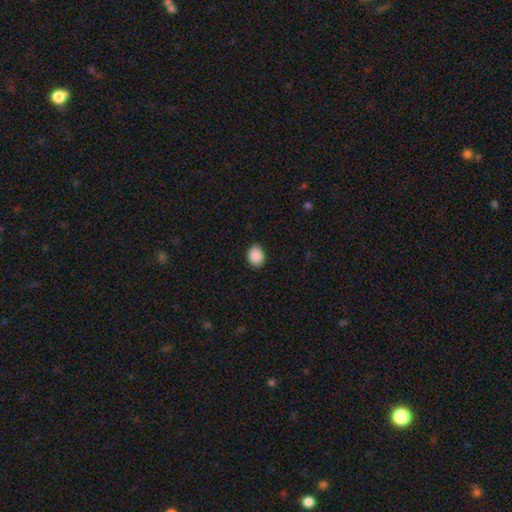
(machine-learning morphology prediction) This is clearly a smooth galaxy (90%). How rounded: possibly in between (52%). Merging: clearly none (87%).